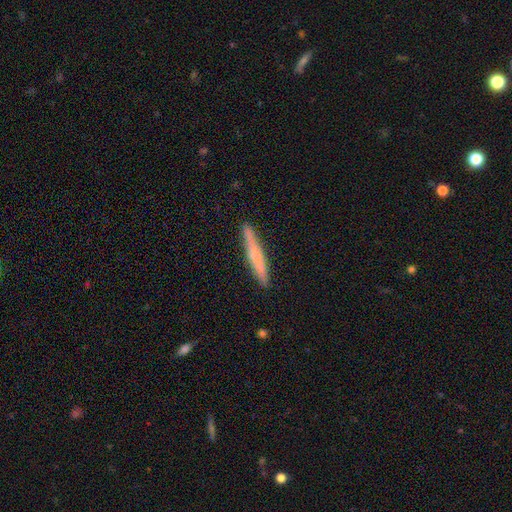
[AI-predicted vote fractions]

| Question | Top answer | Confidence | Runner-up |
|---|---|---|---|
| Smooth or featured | smooth | 59% | featured or disk (35%) |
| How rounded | cigar-shaped | 95% | in between (4%) |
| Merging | none | 88% | minor disturbance (9%) |